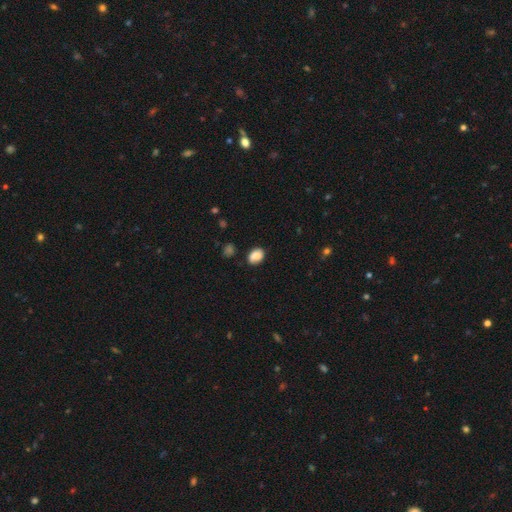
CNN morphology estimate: smooth_or_featured: smooth (p=0.83) [alt: star or artifact p=0.09]
how_rounded: in between (p=0.73) [alt: round p=0.25]
merging: none (p=0.75) [alt: minor disturbance p=0.18]